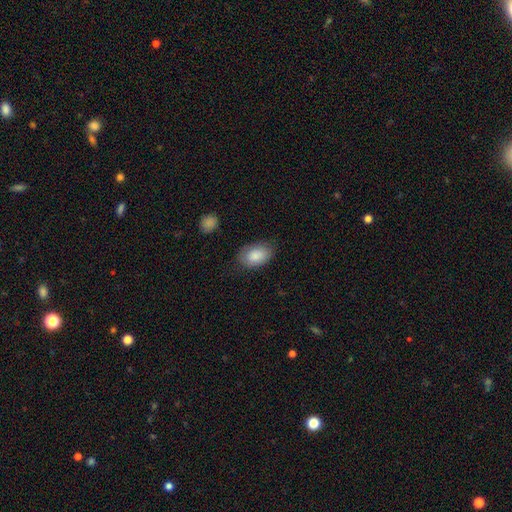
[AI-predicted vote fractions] Smooth or featured: smooth — 86% (featured or disk — 8%)
How rounded: in between — 90% (round — 8%)
Merging: none — 77% (minor disturbance — 17%)